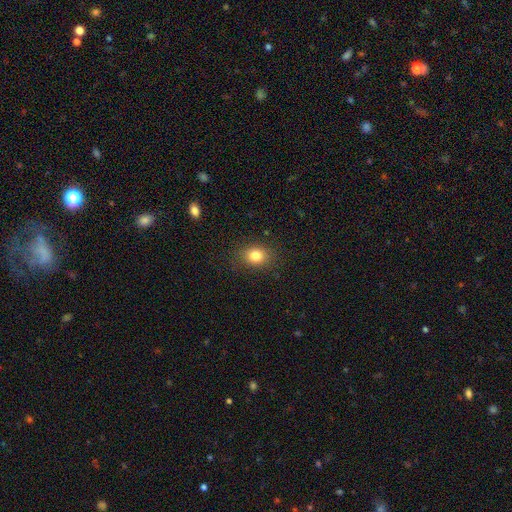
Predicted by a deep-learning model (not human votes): Smooth or featured? smooth (81%)
How rounded? in between (51%)
Merging? none (86%)